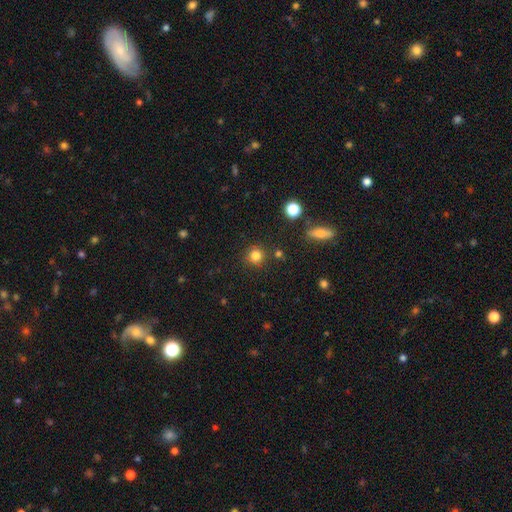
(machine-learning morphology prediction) Overall: smooth (81%). How rounded: round (92%). Merging: none (85%).